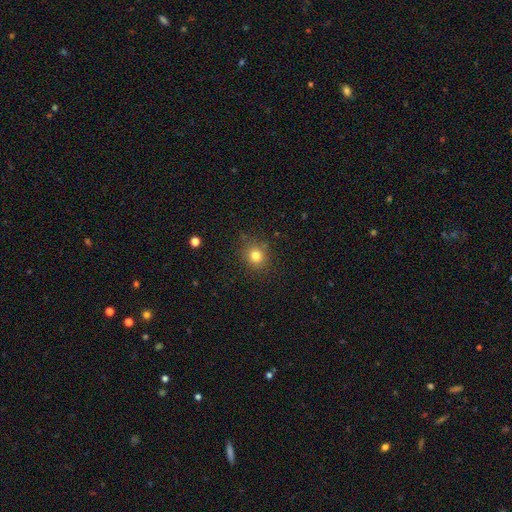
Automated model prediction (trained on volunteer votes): smooth_or_featured: smooth (p=0.80) [alt: star or artifact p=0.13]
how_rounded: round (p=0.80) [alt: in between p=0.19]
merging: none (p=0.83) [alt: minor disturbance p=0.11]